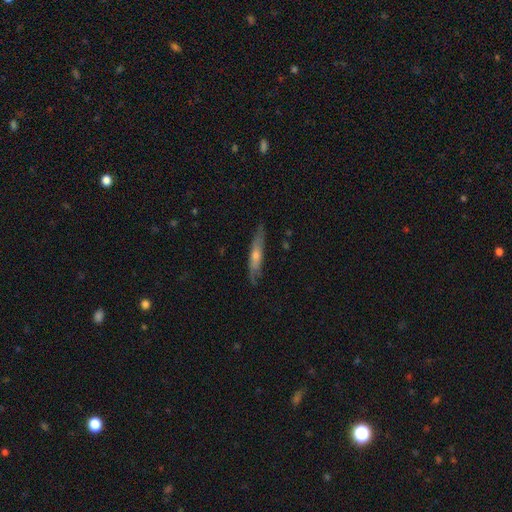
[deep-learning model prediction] Morphology: type=featured or disk (59%); edge-on=yes (86%); edge-on bulge=rounded (76%); merging=none (85%).